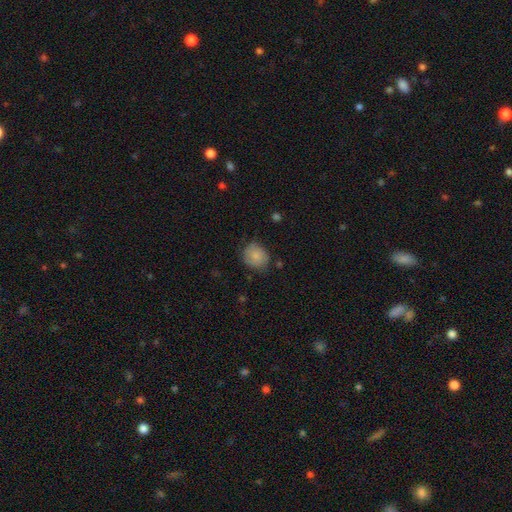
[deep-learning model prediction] A smooth galaxy with no disk features (79%) that is round (71%).

Vote fractions:
- Smooth or featured? smooth: 79% / featured or disk: 13% / star or artifact: 8%
- How rounded? round: 71% / in between: 28% / cigar-shaped: 1%
- Merging? none: 68% / minor disturbance: 25% / major disturbance: 5% / merger: 2%